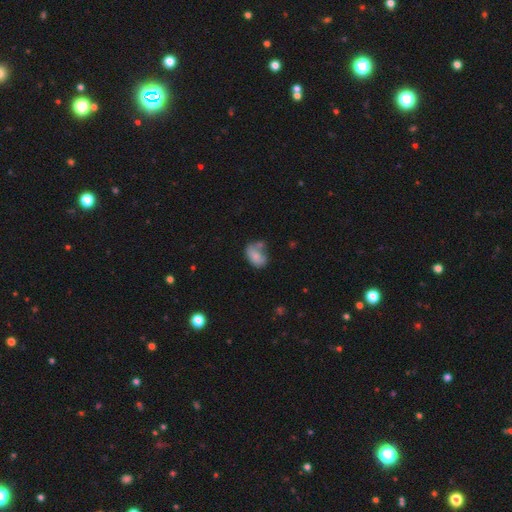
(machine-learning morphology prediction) This is likely a smooth galaxy (75%). How rounded: clearly in between (82%). Merging: marginally none (38%).